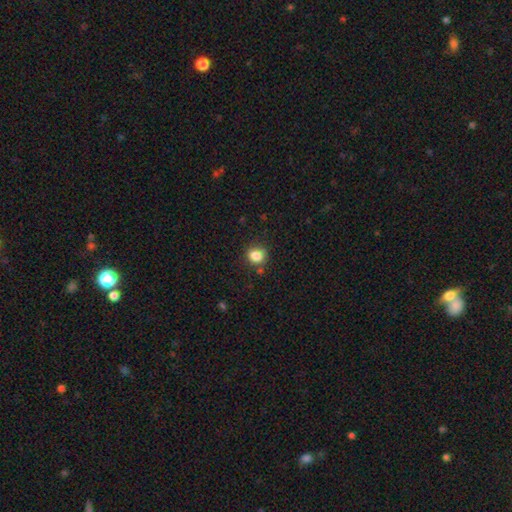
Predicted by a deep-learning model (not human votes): Smooth or featured?
  - smooth: 84% *
  - star or artifact: 11%
  - featured or disk: 5%
How rounded?
  - round: 77% *
  - in between: 22%
  - cigar-shaped: 1%
Merging?
  - none: 78% *
  - minor disturbance: 15%
  - merger: 4%
  - major disturbance: 4%